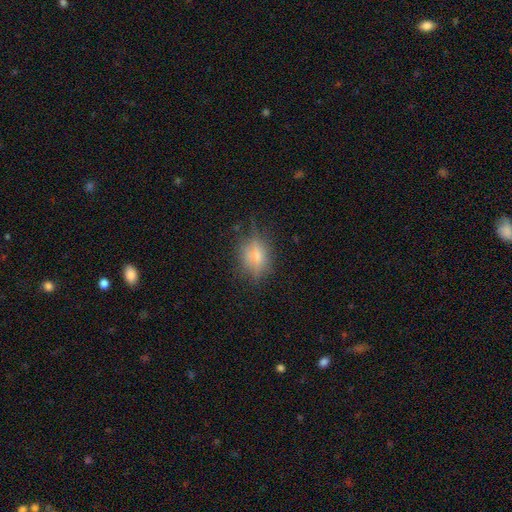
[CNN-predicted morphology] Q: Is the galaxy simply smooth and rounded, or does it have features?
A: smooth — 56%.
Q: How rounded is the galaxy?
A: in between — 62%.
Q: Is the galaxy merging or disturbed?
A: none — 68%.